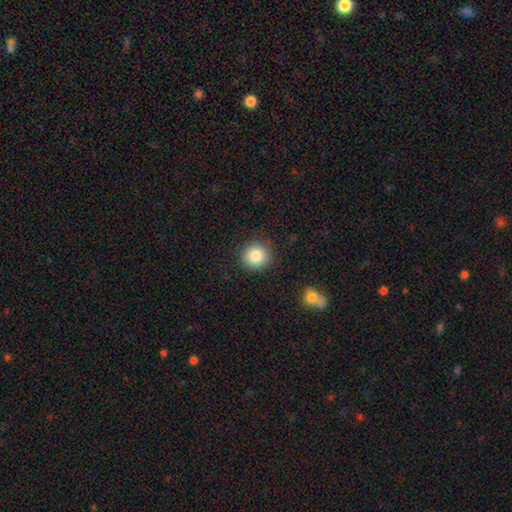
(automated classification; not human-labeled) Smooth or featured: smooth — 85% (star or artifact — 9%)
How rounded: round — 91% (in between — 8%)
Merging: none — 89% (minor disturbance — 7%)